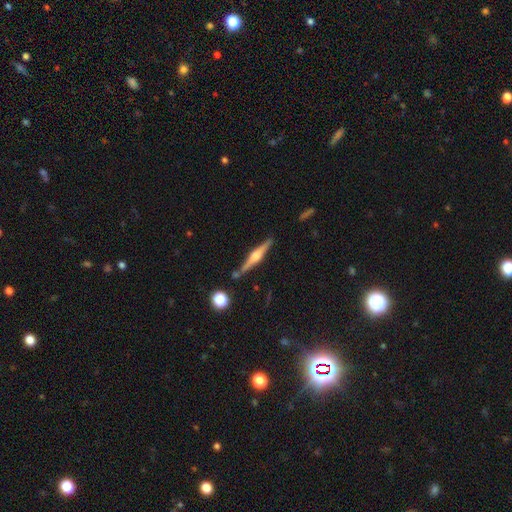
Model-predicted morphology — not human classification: A featured or disk galaxy (78%) viewed edge-on (98%) with a rounded central bulge (86%).

Vote fractions:
- Smooth or featured? featured or disk: 78% / smooth: 16% / star or artifact: 6%
- Edge-on disk? yes: 98% / no: 2%
- Edge-on bulge? rounded: 86% / boxy: 11% / none: 3%
- Merging? none: 84% / minor disturbance: 10% / merger: 5% / major disturbance: 2%